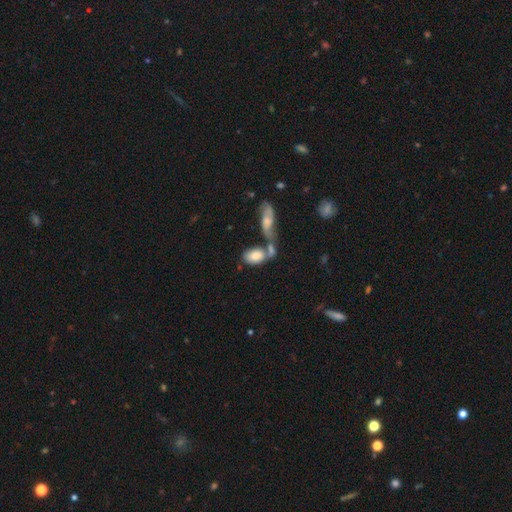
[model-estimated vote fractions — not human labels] Q: Smooth or featured?
A: smooth (77%); runner-up: featured or disk (16%)
Q: How rounded?
A: in between (90%); runner-up: round (6%)
Q: Merging?
A: merger (45%); runner-up: none (36%)